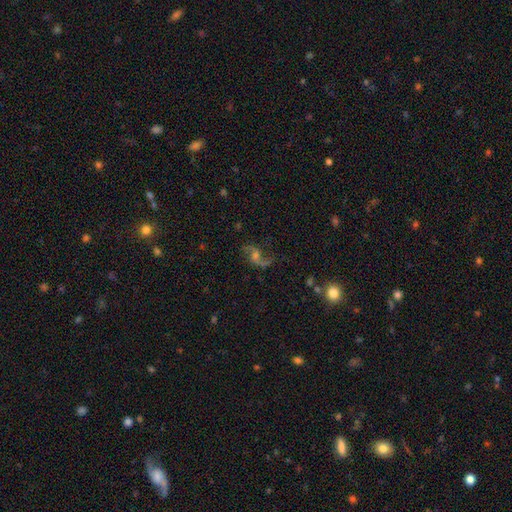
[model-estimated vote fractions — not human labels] featured or disk 82%, star or artifact 11%, smooth 8%. Down the decision tree: edge-on disk — no (97%); bar — no (50%); spiral arms — yes (96%); spiral arm count — 2 (90%); spiral winding — loose (74%); bulge size — moderate (42%); merging — none (71%).